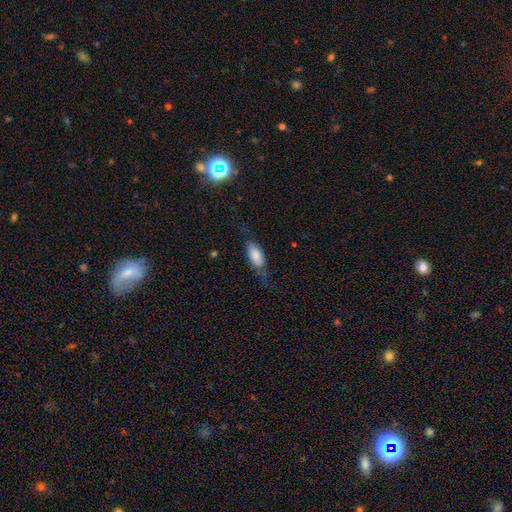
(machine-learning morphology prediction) Smooth or featured?
  - smooth: 72% *
  - featured or disk: 21%
  - star or artifact: 7%
How rounded?
  - in between: 82% *
  - cigar-shaped: 16%
  - round: 2%
Merging?
  - none: 58% *
  - minor disturbance: 26%
  - major disturbance: 15%
  - merger: 2%